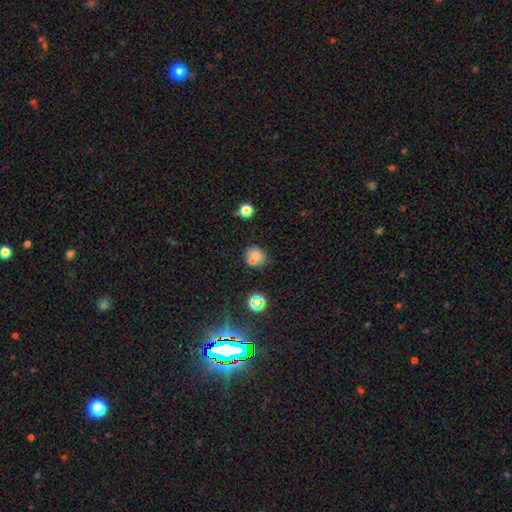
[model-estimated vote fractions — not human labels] A smooth galaxy with no disk features (71%) that is round (78%). Merging: none (63%).